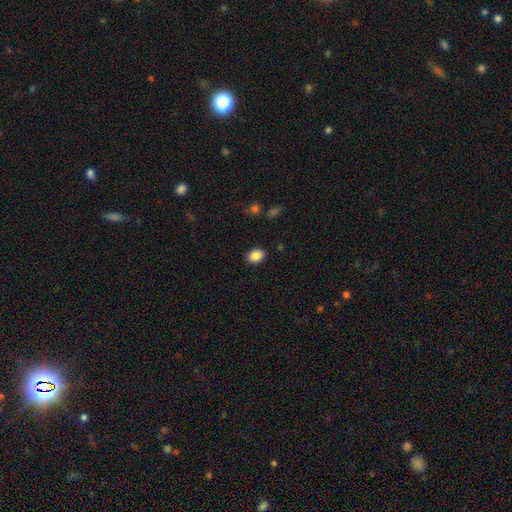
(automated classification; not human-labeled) A smooth galaxy with no disk features (87%) that is in between round and cigar-shaped (69%).

Vote fractions:
- Smooth or featured? smooth: 87% / star or artifact: 9% / featured or disk: 4%
- How rounded? in between: 69% / round: 30% / cigar-shaped: 1%
- Merging? none: 88% / minor disturbance: 8% / major disturbance: 2% / merger: 1%